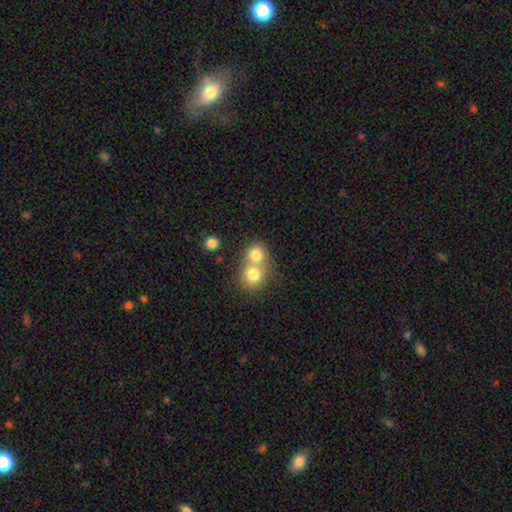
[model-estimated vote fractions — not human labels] This appears to be a smooth galaxy with no disk features (77%) that is round (81%). Merging: merger (59%).